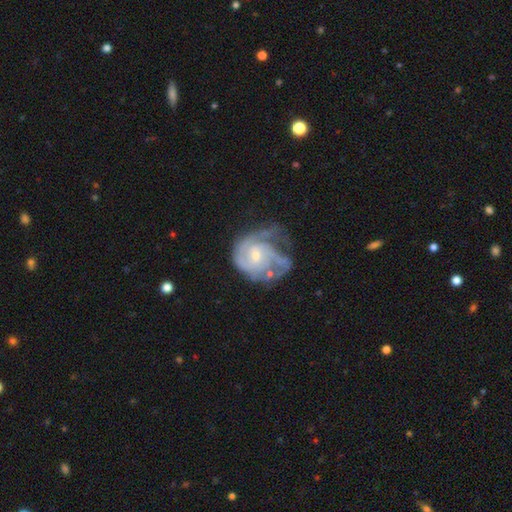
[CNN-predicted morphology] A featured or disk galaxy (84%) with no bar (60%), 2 (37%) tight (52%) spiral arms (93%) and a small central bulge (65%).

Vote fractions:
- Smooth or featured? featured or disk: 84% / smooth: 11% / star or artifact: 6%
- Edge-on disk? no: 98% / yes: 2%
- Bar? no: 60% / weak: 34% / strong: 6%
- Spiral arms? yes: 93% / no: 7%
- Spiral winding? tight: 52% / medium: 36% / loose: 12%
- Spiral arm count? 2: 37% / can't tell: 26% / 3: 19% / 1: 10% / 4: 5% / more than 4: 4%
- Bulge size? small: 65% / moderate: 30% / none: 3% / large: 2% / dominant: 1%
- Merging? none: 35% / major disturbance: 33% / minor disturbance: 26% / merger: 6%